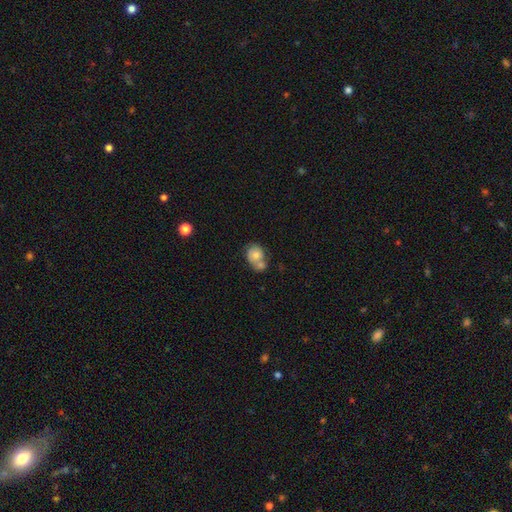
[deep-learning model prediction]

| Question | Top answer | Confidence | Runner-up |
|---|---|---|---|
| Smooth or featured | smooth | 61% | featured or disk (31%) |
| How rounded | round | 58% | in between (41%) |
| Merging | merger | 51% | none (31%) |